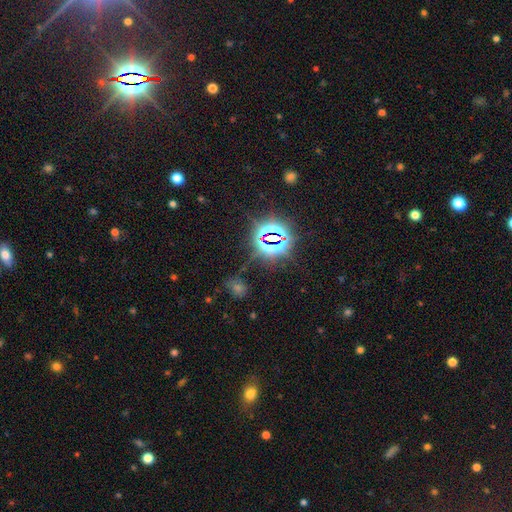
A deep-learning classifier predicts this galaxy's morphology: A star or artifact, not a galaxy (81%).